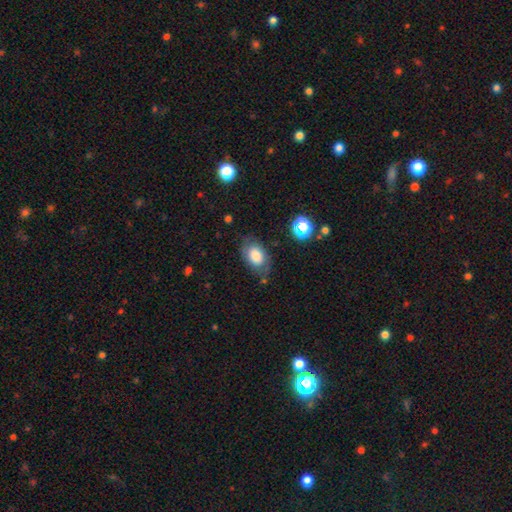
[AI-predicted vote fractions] Morphology: type=smooth (73%); roundness=in between (86%); merging=none (68%).